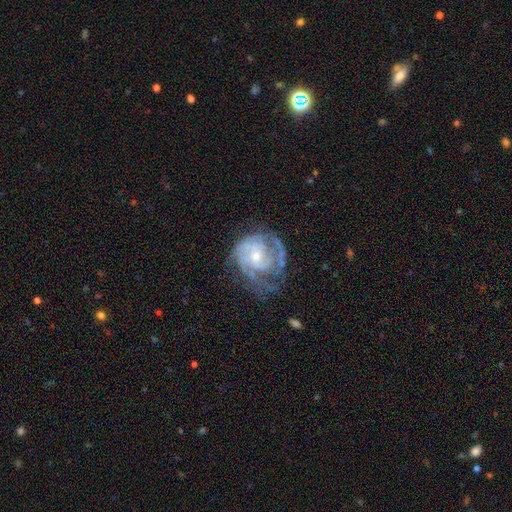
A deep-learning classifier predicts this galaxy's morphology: type=featured or disk (82%); edge-on=no (98%); bar=no (63%); spiral arms=yes (88%); winding=tight (56%); arm count=can't tell (35%); bulge=small (51%); merging=none (49%).